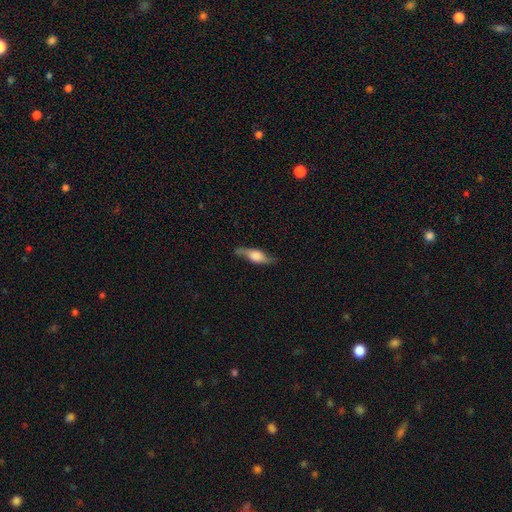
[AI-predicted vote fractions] Morphology: type=featured or disk (49%); merging=none (73%).